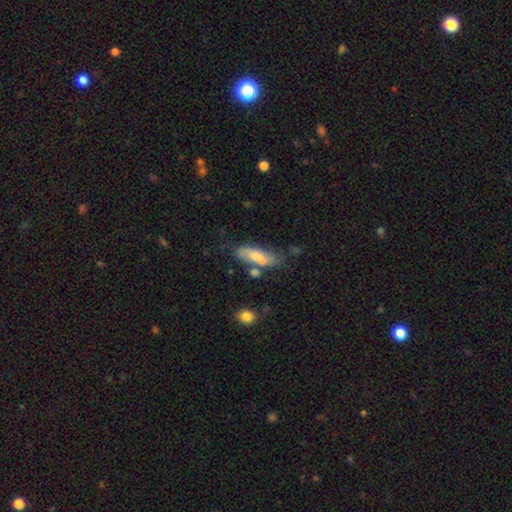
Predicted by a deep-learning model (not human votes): This appears to be a smooth galaxy with no disk features (60%) that is in between round and cigar-shaped (55%). Merging: none (53%).